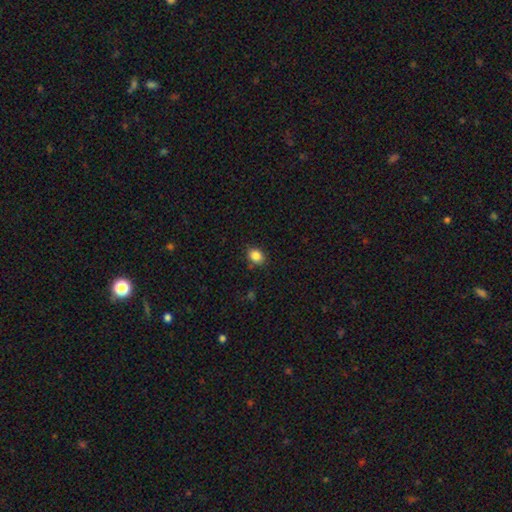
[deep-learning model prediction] Smooth or featured? Predicted: smooth (p=0.86). How rounded? Predicted: in between (p=0.56). Merging? Predicted: none (p=0.82).